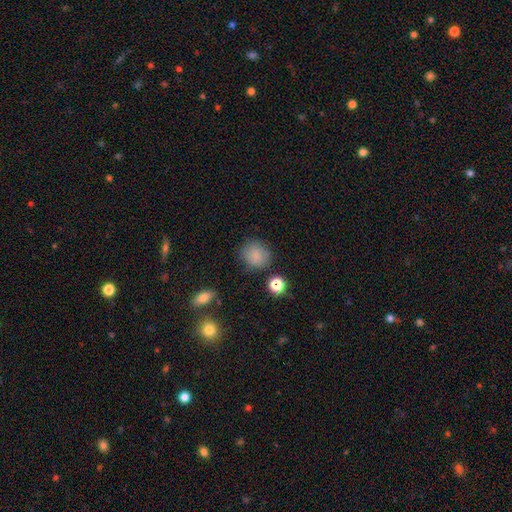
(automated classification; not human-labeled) smooth 82%, star or artifact 12%, featured or disk 6%. Down the decision tree: how rounded — round (82%); merging — none (78%).